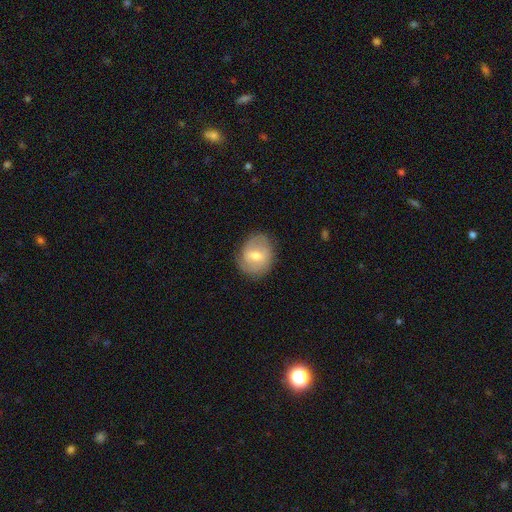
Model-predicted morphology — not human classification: Smooth or featured?
  - featured or disk: 47% *
  - smooth: 46%
  - star or artifact: 7%
Merging?
  - none: 77% *
  - minor disturbance: 16%
  - major disturbance: 5%
  - merger: 1%